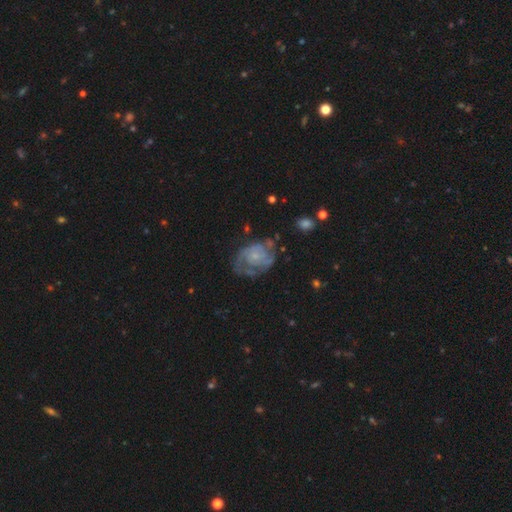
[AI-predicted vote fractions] Smooth or featured?
  - featured or disk: 80% *
  - smooth: 14%
  - star or artifact: 6%
Edge-on disk?
  - no: 98% *
  - yes: 2%
Bar?
  - no: 77% *
  - weak: 20%
  - strong: 3%
Spiral arms?
  - yes: 89% *
  - no: 11%
Spiral winding?
  - tight: 50% *
  - medium: 37%
  - loose: 13%
Spiral arm count?
  - 2: 42% *
  - can't tell: 28%
  - 3: 16%
  - 1: 6%
  - 4: 5%
  - more than 4: 4%
Bulge size?
  - small: 72% *
  - moderate: 14%
  - none: 11%
  - large: 2%
  - dominant: 1%
Merging?
  - none: 56% *
  - minor disturbance: 23%
  - major disturbance: 19%
  - merger: 3%